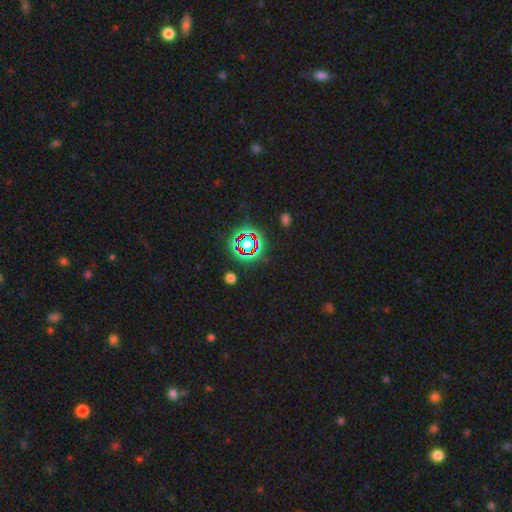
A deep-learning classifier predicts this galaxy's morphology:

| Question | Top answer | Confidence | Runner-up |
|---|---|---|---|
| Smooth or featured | star or artifact | 64% | smooth (21%) |